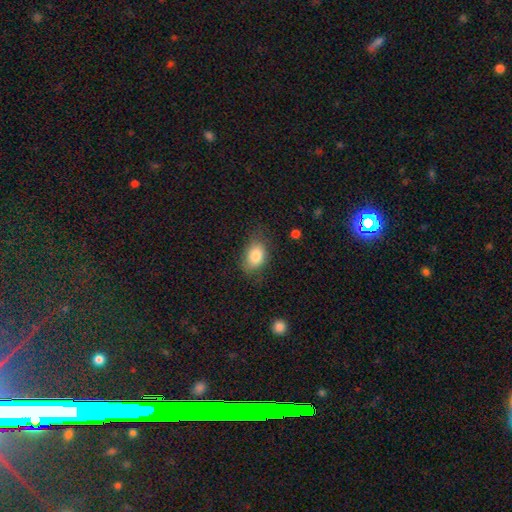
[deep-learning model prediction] Smooth or featured: smooth — 82% (featured or disk — 10%)
How rounded: in between — 82% (round — 16%)
Merging: none — 69% (minor disturbance — 22%)